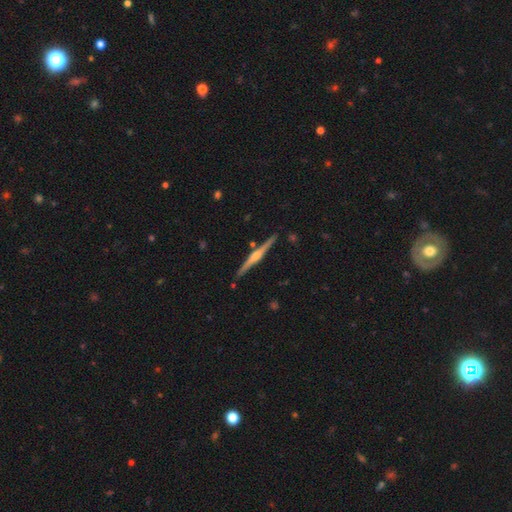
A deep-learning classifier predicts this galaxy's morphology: Smooth or featured? Predicted: featured or disk (p=0.80). Edge-on disk? Predicted: yes (p=0.98). Edge-on bulge? Predicted: rounded (p=0.83). Merging? Predicted: none (p=0.89).